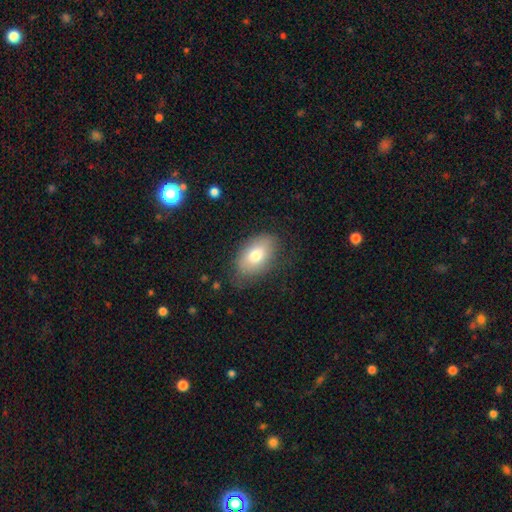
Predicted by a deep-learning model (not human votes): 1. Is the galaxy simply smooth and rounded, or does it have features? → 75% smooth, 17% featured or disk, 7% star or artifact.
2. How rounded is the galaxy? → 91% in between, 8% round, 2% cigar-shaped.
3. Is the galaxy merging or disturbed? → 74% none, 19% minor disturbance, 6% major disturbance, 1% merger.